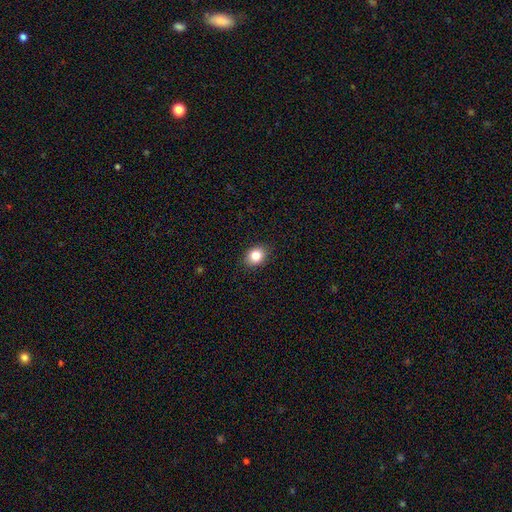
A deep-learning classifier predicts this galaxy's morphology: Smooth or featured? Predicted: smooth (p=0.83). How rounded? Predicted: in between (p=0.52). Merging? Predicted: none (p=0.89).